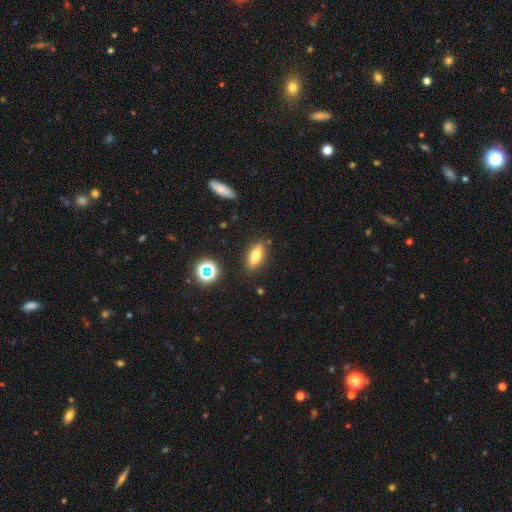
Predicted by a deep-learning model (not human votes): smooth_or_featured: smooth (p=0.67) [alt: featured or disk p=0.22]
how_rounded: in between (p=0.64) [alt: cigar-shaped p=0.32]
merging: none (p=0.85) [alt: minor disturbance p=0.10]